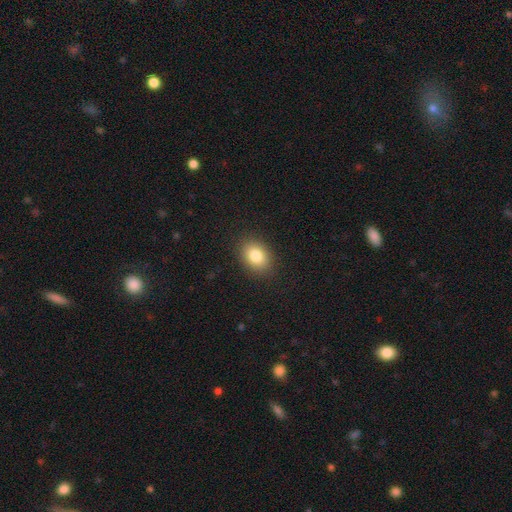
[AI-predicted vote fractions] Overall: smooth (83%). How rounded: in between (70%). Merging: none (88%).